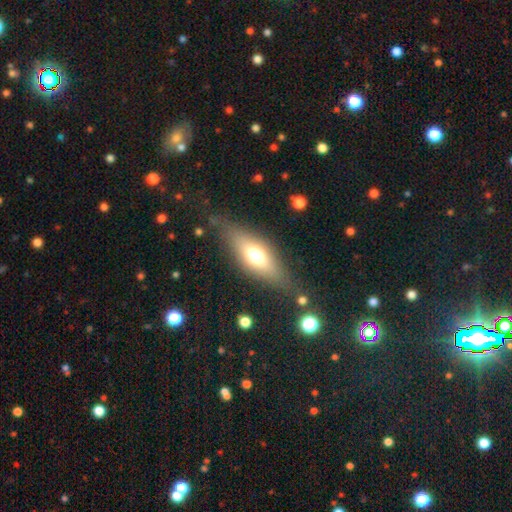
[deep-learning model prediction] Overall: smooth (59%; featured or disk 32%). How rounded: in between (65%; cigar-shaped 30%). Merging: none (76%).